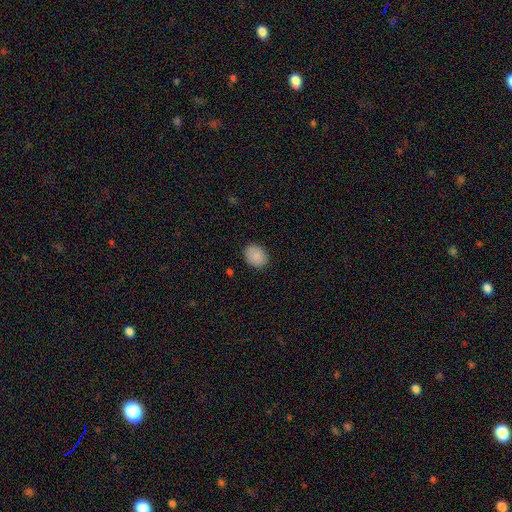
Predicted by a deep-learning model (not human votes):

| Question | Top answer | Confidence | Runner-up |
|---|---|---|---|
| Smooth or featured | smooth | 88% | star or artifact (8%) |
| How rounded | in between | 57% | round (42%) |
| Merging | none | 87% | minor disturbance (10%) |